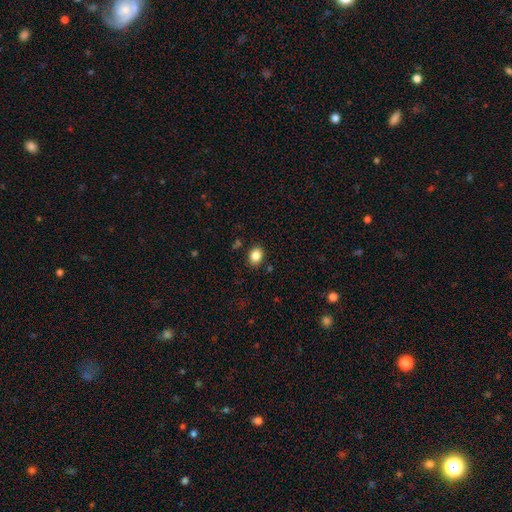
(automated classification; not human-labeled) A smooth galaxy with no disk features (86%) that is in between round and cigar-shaped (53%). Merging: none (86%).